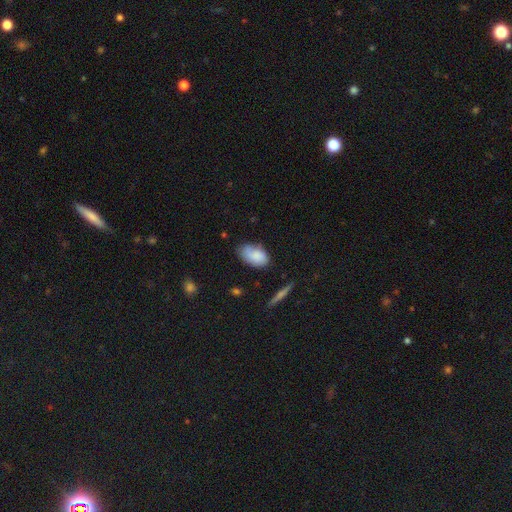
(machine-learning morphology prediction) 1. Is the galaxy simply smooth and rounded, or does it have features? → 80% smooth, 13% featured or disk, 7% star or artifact.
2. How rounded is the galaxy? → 92% in between, 6% round, 2% cigar-shaped.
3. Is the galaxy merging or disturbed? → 61% none, 29% minor disturbance, 7% major disturbance, 3% merger.